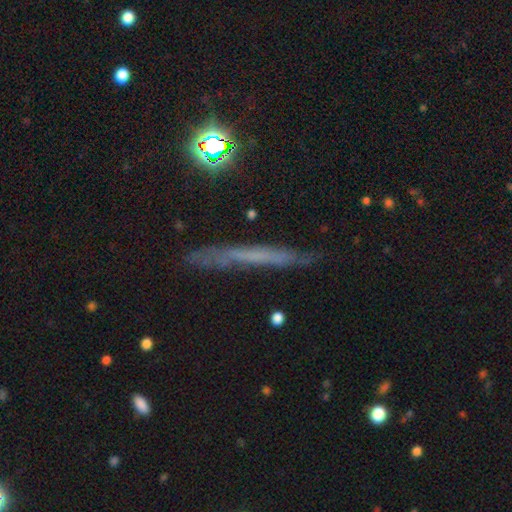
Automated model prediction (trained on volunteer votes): Smooth or featured?
  - featured or disk: 48% *
  - smooth: 40%
  - star or artifact: 12%
Merging?
  - none: 78% *
  - minor disturbance: 16%
  - major disturbance: 4%
  - merger: 2%